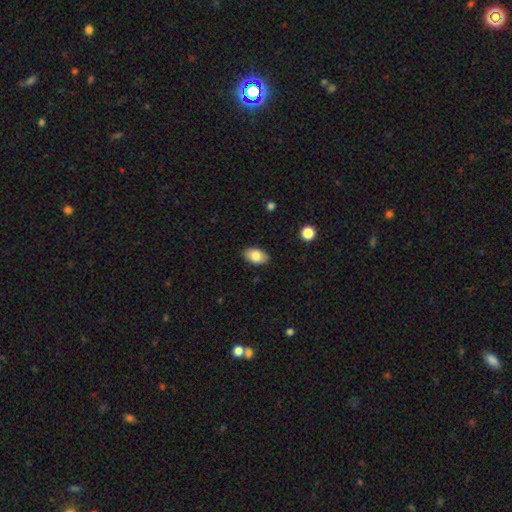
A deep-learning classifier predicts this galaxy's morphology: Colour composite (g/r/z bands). It shows a smooth galaxy with no disk features (83%) that is in between round and cigar-shaped (92%). Merging: none (87%).